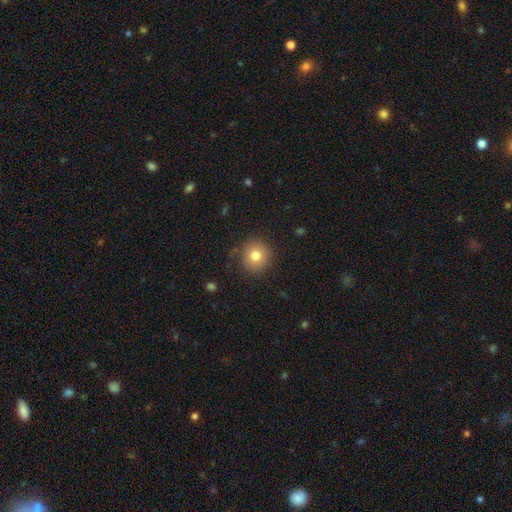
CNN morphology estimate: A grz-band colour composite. It shows a smooth galaxy with no disk features (78%) that is round (92%). Merging: none (85%).